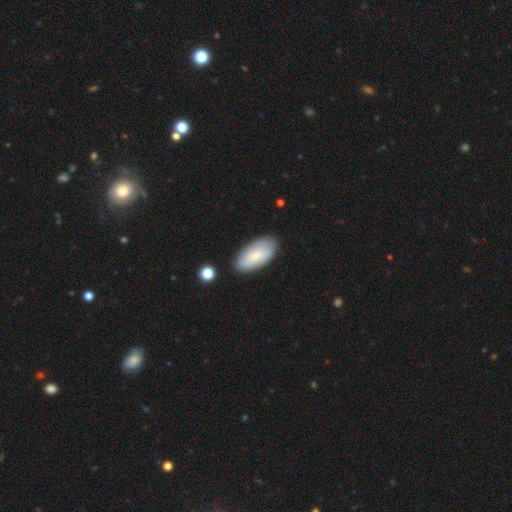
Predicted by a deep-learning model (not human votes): smooth-or-featured: smooth: 74% | featured or disk: 20% | star or artifact: 6%
  how-rounded: in between: 93% | cigar-shaped: 5% | round: 2%
  merging: none: 84% | minor disturbance: 12% | major disturbance: 3% | merger: 2%